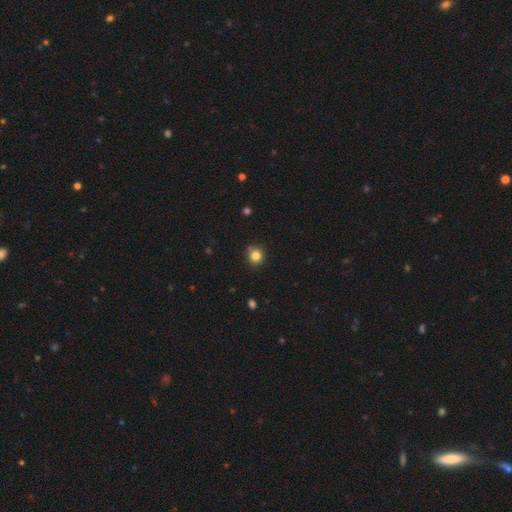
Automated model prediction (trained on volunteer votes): smooth_or_featured: smooth (p=0.82) [alt: star or artifact p=0.12]
how_rounded: round (p=0.90) [alt: in between p=0.09]
merging: none (p=0.83) [alt: minor disturbance p=0.11]